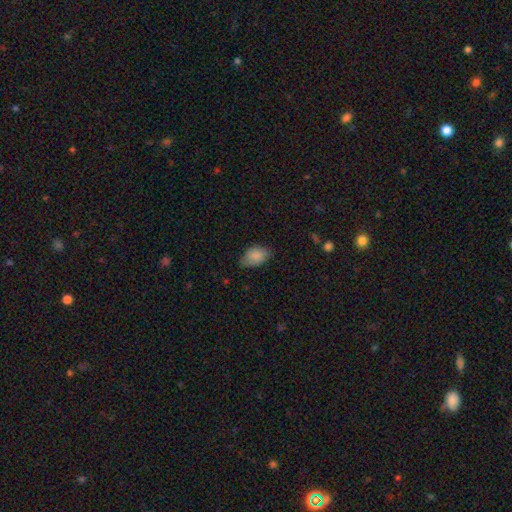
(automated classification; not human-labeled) A smooth galaxy with no disk features (86%) that is in between round and cigar-shaped (88%).

Vote fractions:
- Smooth or featured? smooth: 86% / star or artifact: 7% / featured or disk: 7%
- How rounded? in between: 88% / round: 11% / cigar-shaped: 1%
- Merging? none: 64% / minor disturbance: 29% / major disturbance: 5% / merger: 1%